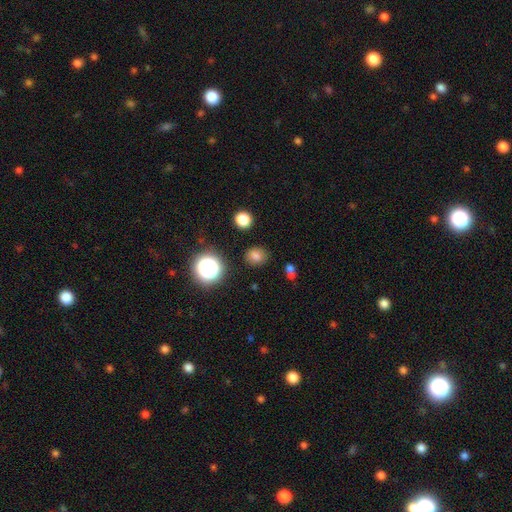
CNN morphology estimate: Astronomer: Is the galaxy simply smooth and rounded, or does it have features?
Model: smooth — 77%.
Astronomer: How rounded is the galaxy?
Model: round — 66%.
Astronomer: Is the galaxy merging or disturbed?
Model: none — 85%.